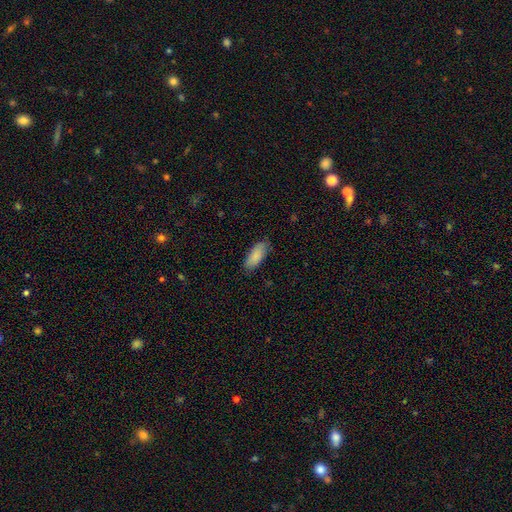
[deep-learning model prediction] Smooth or featured? Predicted: smooth (p=0.88). How rounded? Predicted: in between (p=0.84). Merging? Predicted: none (p=0.81).